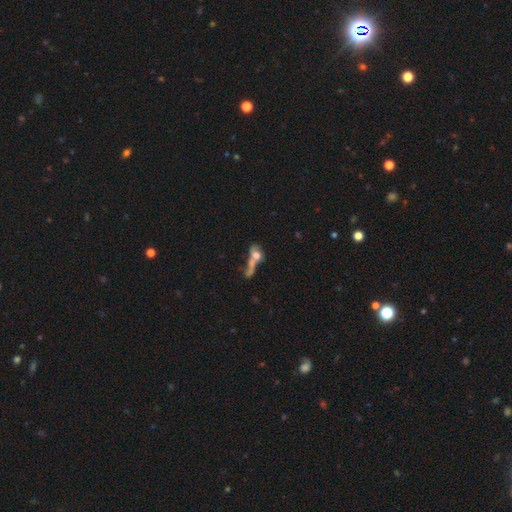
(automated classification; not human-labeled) smooth 43%, featured or disk 41%, star or artifact 16%. Down the decision tree: merging — merger (40%).